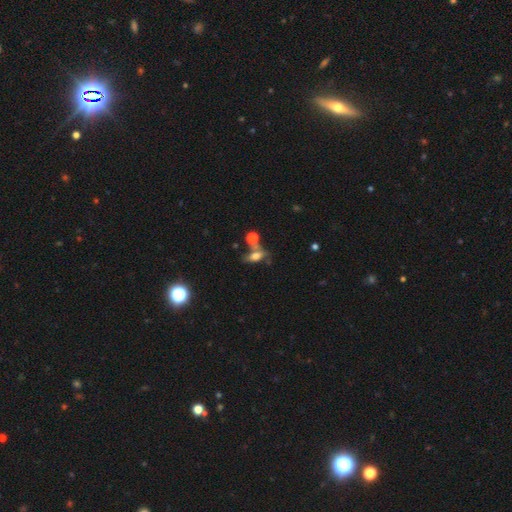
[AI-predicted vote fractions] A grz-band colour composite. It shows a smooth galaxy with no disk features (56%) that is in between round and cigar-shaped (71%). Merging: none (43%).